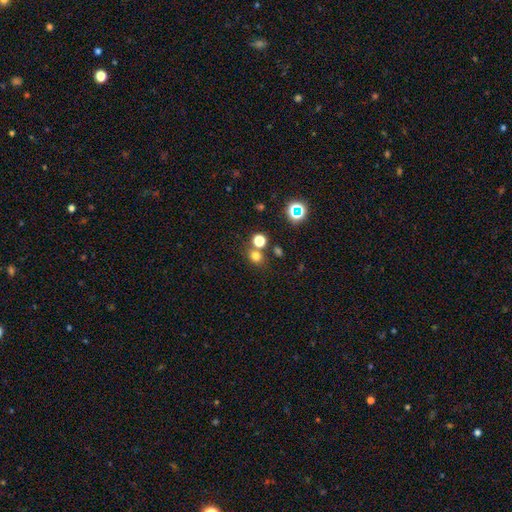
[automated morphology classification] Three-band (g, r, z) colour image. It shows a smooth galaxy with no disk features (70%) that is round (73%). Merging: none (65%).